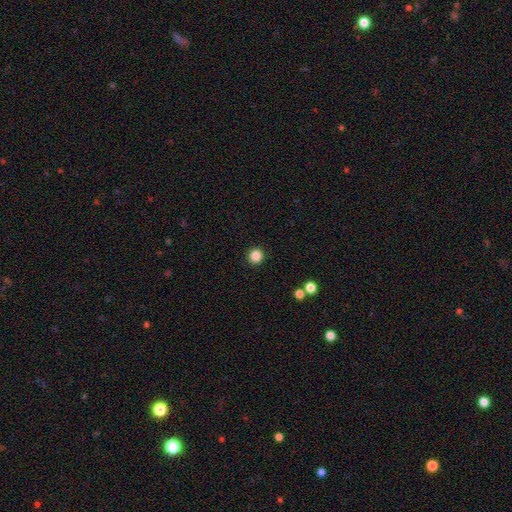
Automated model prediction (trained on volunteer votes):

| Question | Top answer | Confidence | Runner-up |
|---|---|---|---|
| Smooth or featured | smooth | 86% | star or artifact (11%) |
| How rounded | round | 91% | in between (8%) |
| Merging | none | 92% | minor disturbance (5%) |